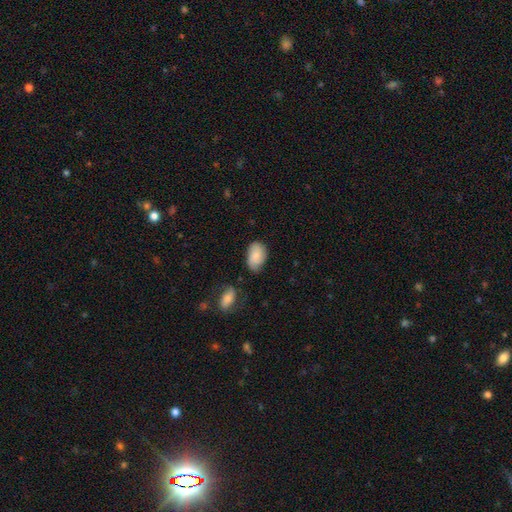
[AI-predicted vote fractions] A smooth galaxy with no disk features (79%) that is in between round and cigar-shaped (91%). Merging: none (65%).